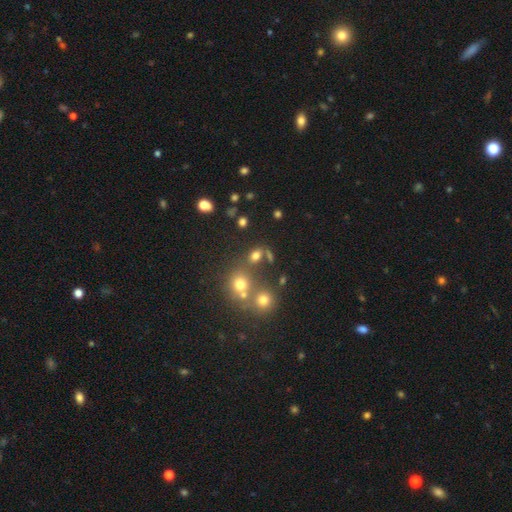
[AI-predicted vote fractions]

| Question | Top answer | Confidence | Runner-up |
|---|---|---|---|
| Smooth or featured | smooth | 70% | star or artifact (19%) |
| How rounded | in between | 62% | round (35%) |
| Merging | none | 59% | merger (20%) |